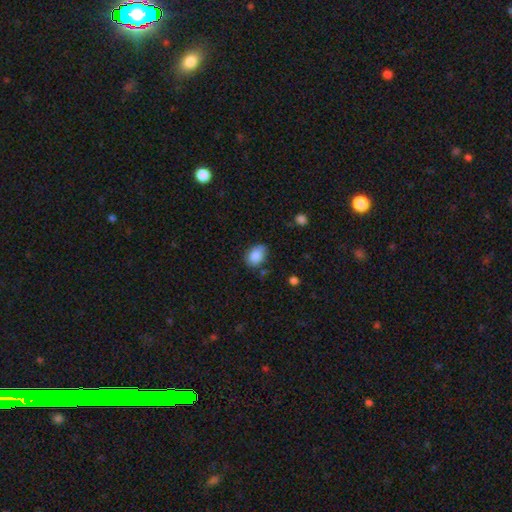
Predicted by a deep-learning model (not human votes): This appears to be a smooth galaxy with no disk features (86%) that is in between round and cigar-shaped (76%). Merging: none (70%).